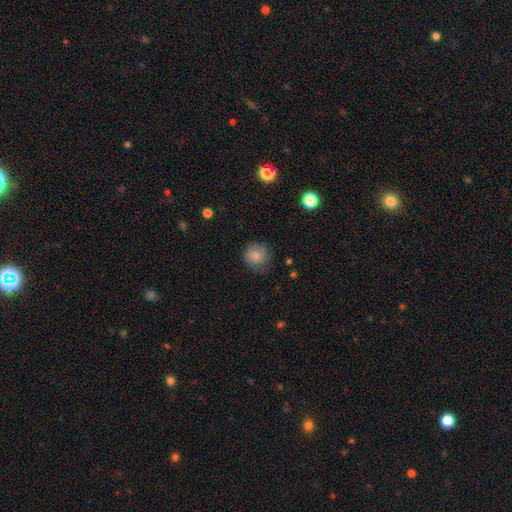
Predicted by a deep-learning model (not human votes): smooth 82%, featured or disk 9%, star or artifact 8%. Down the decision tree: how rounded — round (90%); merging — none (73%).